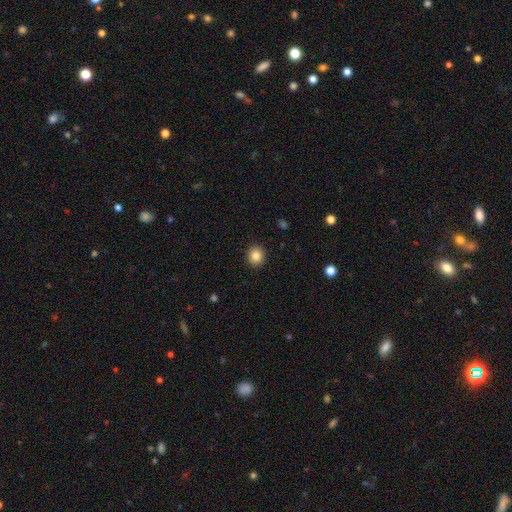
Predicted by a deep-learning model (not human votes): A smooth galaxy with no disk features (85%) that is round (83%). Merging: none (92%).